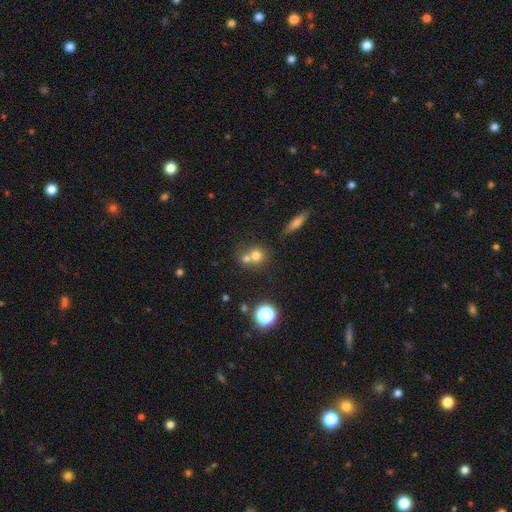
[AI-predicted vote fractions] Smooth or featured?
  - smooth: 69% *
  - star or artifact: 16%
  - featured or disk: 15%
How rounded?
  - round: 83% *
  - in between: 16%
  - cigar-shaped: 1%
Merging?
  - merger: 50% *
  - none: 40%
  - minor disturbance: 7%
  - major disturbance: 3%